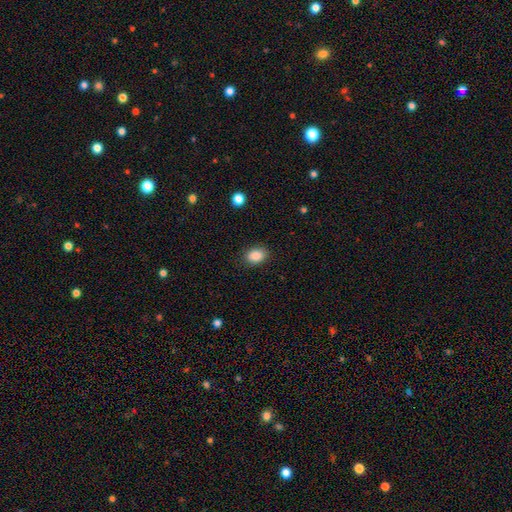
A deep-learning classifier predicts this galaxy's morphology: smooth 88%, star or artifact 8%, featured or disk 3%. Down the decision tree: how rounded — in between (74%); merging — none (87%).